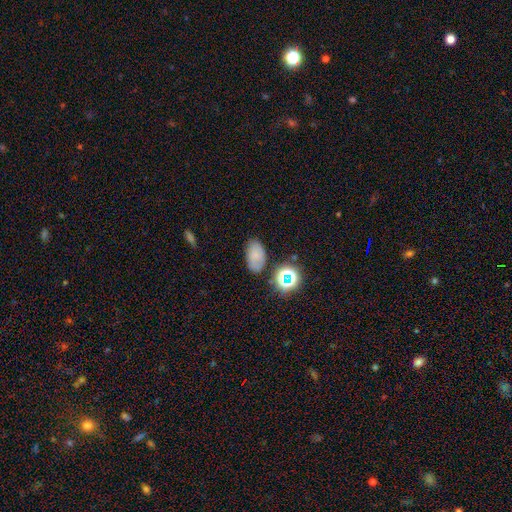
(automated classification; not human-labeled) This appears to be a smooth galaxy with no disk features (67%) that is in between round and cigar-shaped (89%). Merging: none (75%).